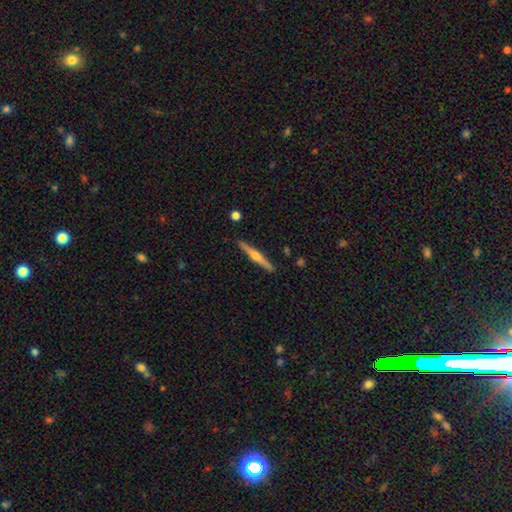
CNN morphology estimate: smooth-or-featured: featured or disk: 70% | smooth: 24% | star or artifact: 5%
  disk-edge-on: yes: 98% | no: 2%
    edge-on-bulge: rounded: 92% | none: 5% | boxy: 4%
  merging: none: 91% | minor disturbance: 6% | merger: 1% | major disturbance: 1%